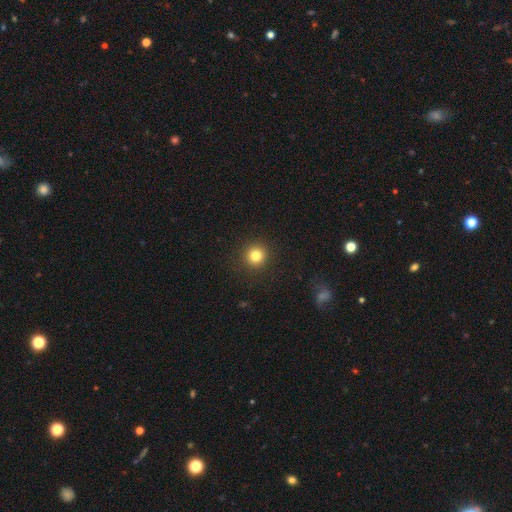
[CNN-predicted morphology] The model was most divided on "smooth or featured": smooth: 82%, star or artifact: 12%, featured or disk: 6%. More confident: how rounded — round (94%); merging — none (92%).